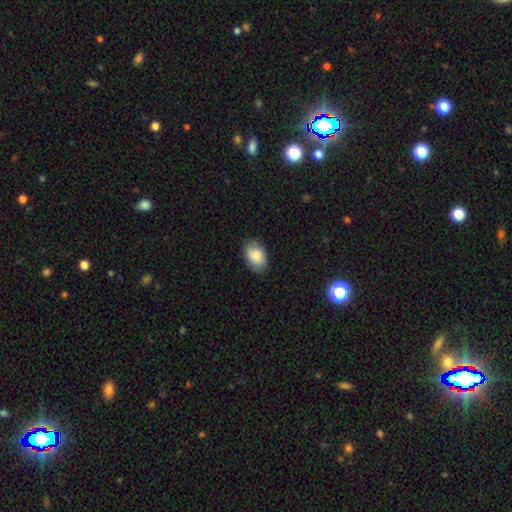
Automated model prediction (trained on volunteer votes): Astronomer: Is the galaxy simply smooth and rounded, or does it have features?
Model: smooth — 81%.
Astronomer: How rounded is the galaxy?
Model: in between — 88%.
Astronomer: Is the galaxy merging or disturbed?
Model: none — 82%.